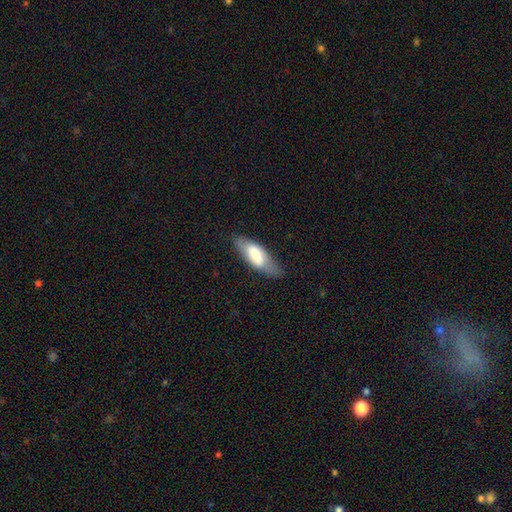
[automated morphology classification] smooth 62%, featured or disk 32%, star or artifact 6%. Down the decision tree: how rounded — in between (68%); merging — none (75%).